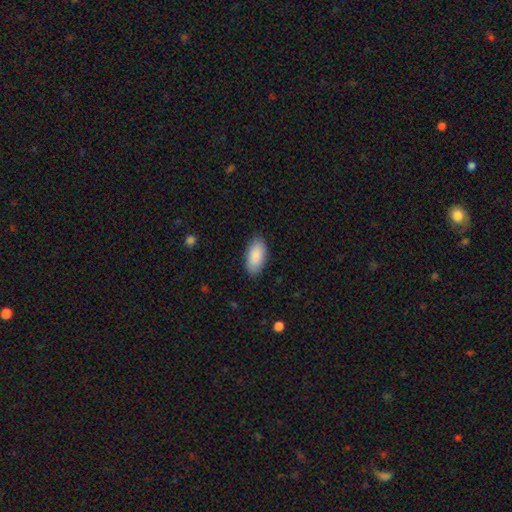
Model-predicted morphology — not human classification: Q: Smooth or featured?
A: smooth (88%); runner-up: featured or disk (6%)
Q: How rounded?
A: in between (94%); runner-up: cigar-shaped (4%)
Q: Merging?
A: none (87%); runner-up: minor disturbance (10%)